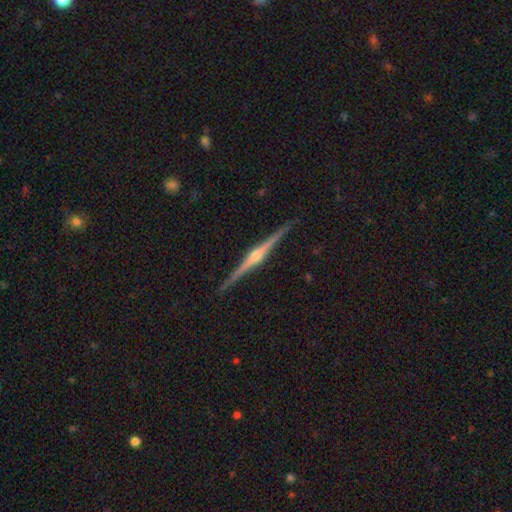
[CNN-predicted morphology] Smooth or featured: featured or disk — 88% (smooth — 7%)
Edge-on disk: yes — 99% (no — 1%)
Edge-on bulge: rounded — 88% (boxy — 7%)
Merging: none — 93% (minor disturbance — 5%)